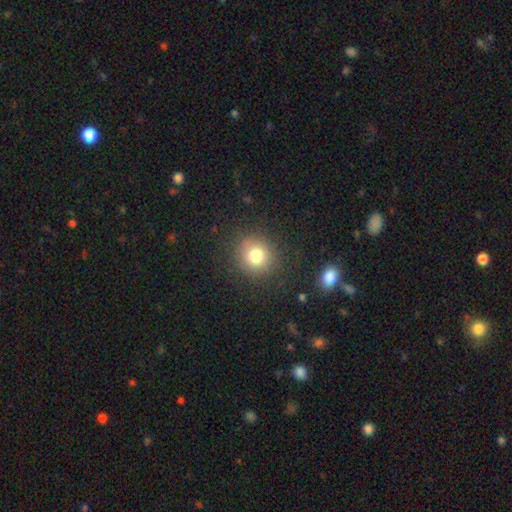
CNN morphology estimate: This is likely a smooth galaxy (77%). How rounded: clearly round (88%). Merging: clearly none (85%).